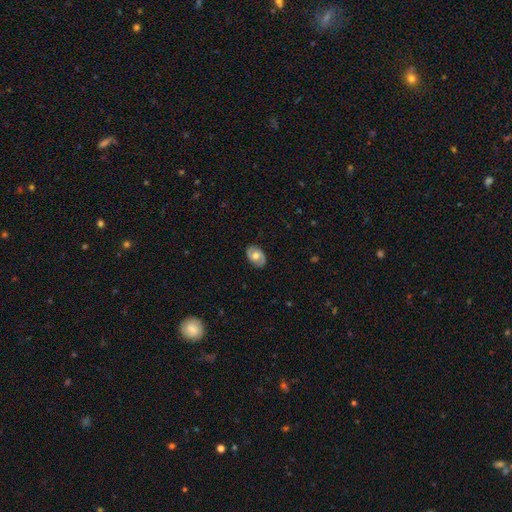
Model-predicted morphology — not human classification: Q: Smooth or featured?
A: featured or disk (54%); runner-up: smooth (39%)
Q: Edge-on disk?
A: no (95%); runner-up: yes (5%)
Q: Bar?
A: no (72%); runner-up: weak (23%)
Q: Spiral arms?
A: yes (63%); runner-up: no (37%)
Q: Bulge size?
A: moderate (71%); runner-up: large (19%)
Q: Merging?
A: none (84%); runner-up: minor disturbance (12%)